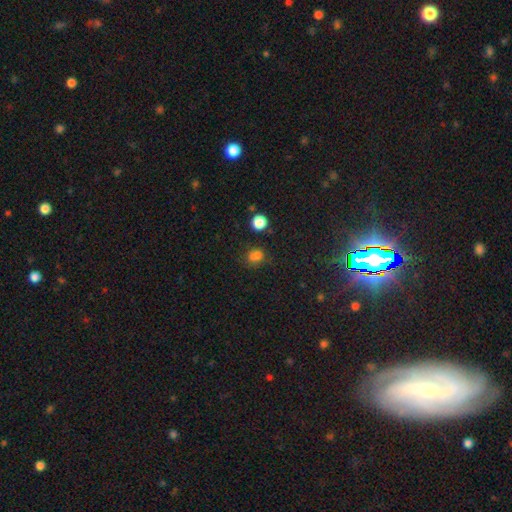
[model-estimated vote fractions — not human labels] smooth 75%, star or artifact 19%, featured or disk 6%. Down the decision tree: how rounded — round (51%); merging — none (63%).